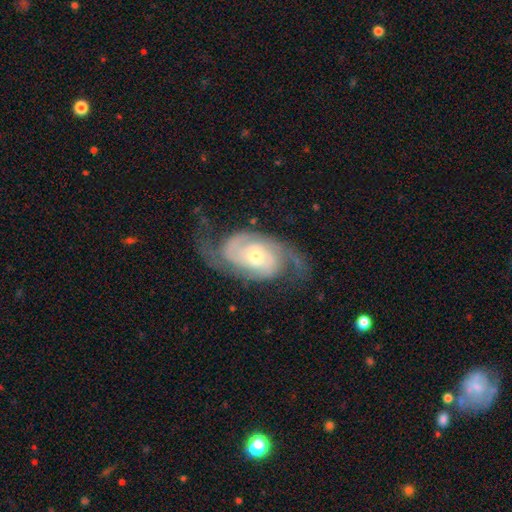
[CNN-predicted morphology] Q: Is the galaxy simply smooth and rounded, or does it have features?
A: featured or disk — 90%.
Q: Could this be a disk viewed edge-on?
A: no — 96%.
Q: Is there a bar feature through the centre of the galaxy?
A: no — 64%.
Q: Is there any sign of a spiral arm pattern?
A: yes — 97%.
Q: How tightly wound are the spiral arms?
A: tight — 48%.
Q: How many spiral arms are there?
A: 2 — 72%.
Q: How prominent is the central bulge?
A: moderate — 50%.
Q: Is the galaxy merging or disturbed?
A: none — 69%.